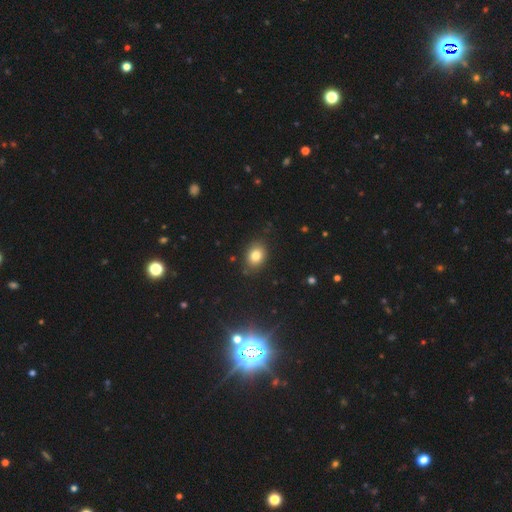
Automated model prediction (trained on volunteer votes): The model was most divided on "how rounded": in between: 62%, round: 37%, cigar-shaped: 1%. More confident: merging — none (84%); smooth or featured — smooth (80%).